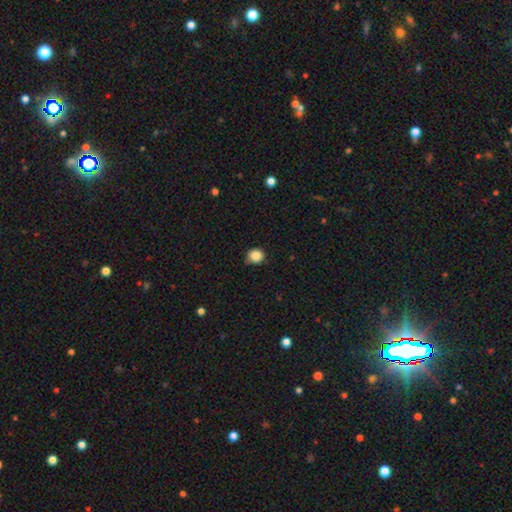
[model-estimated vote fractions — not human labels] Smooth or featured? smooth (86%)
How rounded? round (82%)
Merging? none (75%)